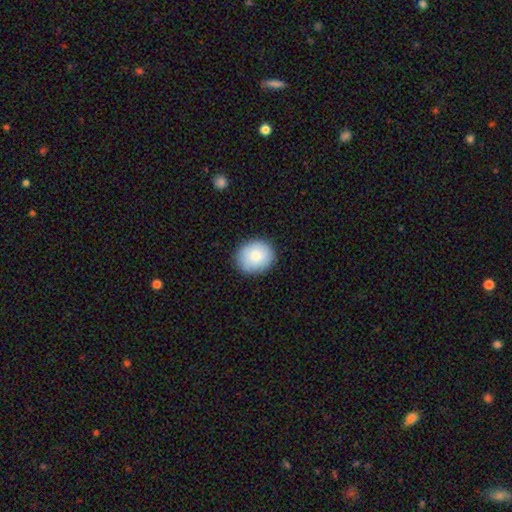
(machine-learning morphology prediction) Smooth or featured: smooth — 84% (featured or disk — 9%)
How rounded: round — 78% (in between — 21%)
Merging: none — 86% (minor disturbance — 10%)